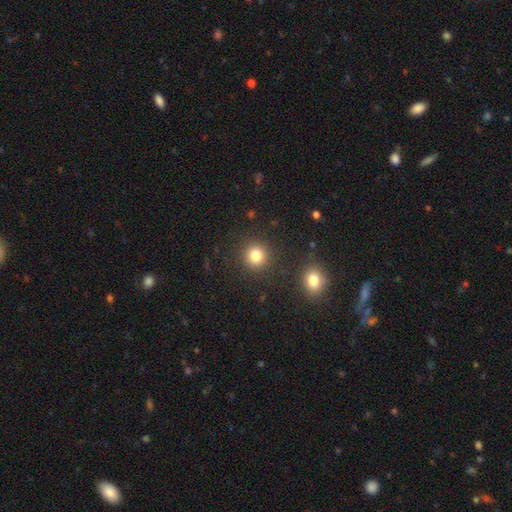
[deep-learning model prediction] smooth 82%, star or artifact 12%, featured or disk 6%. Down the decision tree: how rounded — round (91%); merging — none (88%).